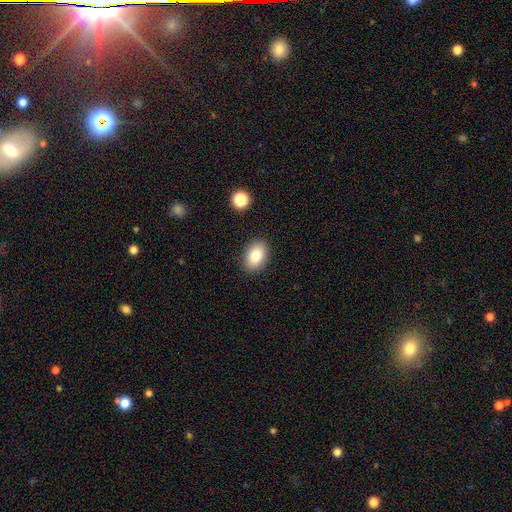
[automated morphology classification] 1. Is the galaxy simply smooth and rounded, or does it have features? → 83% smooth, 9% star or artifact, 8% featured or disk.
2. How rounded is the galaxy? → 83% in between, 16% round, 1% cigar-shaped.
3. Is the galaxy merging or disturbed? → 88% none, 9% minor disturbance, 2% major disturbance, 1% merger.